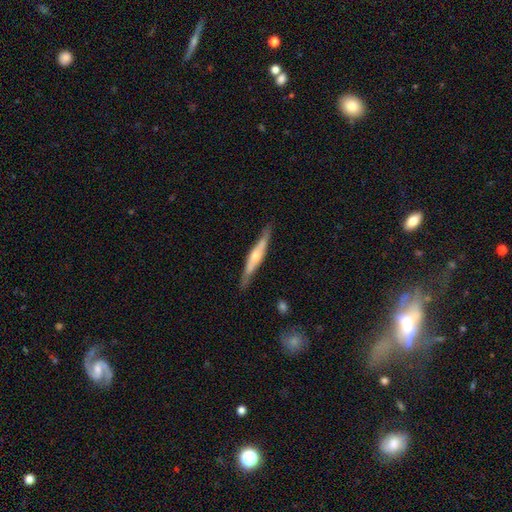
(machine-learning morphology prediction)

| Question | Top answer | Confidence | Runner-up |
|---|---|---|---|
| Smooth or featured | featured or disk | 64% | smooth (30%) |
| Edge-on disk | yes | 93% | no (7%) |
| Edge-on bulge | rounded | 82% | none (10%) |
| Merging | none | 84% | minor disturbance (12%) |